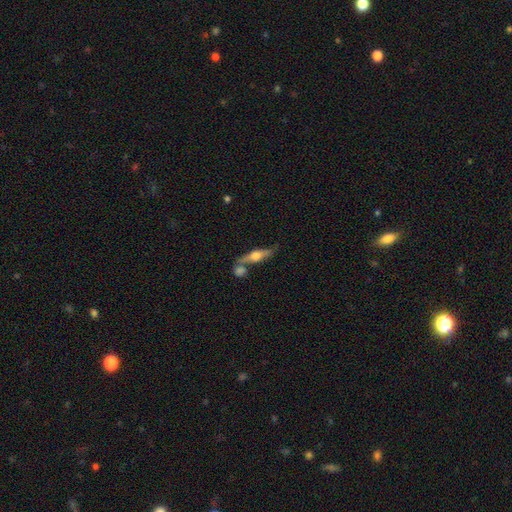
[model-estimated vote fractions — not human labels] Smooth or featured: featured or disk — 64% (smooth — 30%)
Edge-on disk: yes — 93% (no — 7%)
Edge-on bulge: rounded — 93% (boxy — 4%)
Merging: none — 65% (merger — 19%)